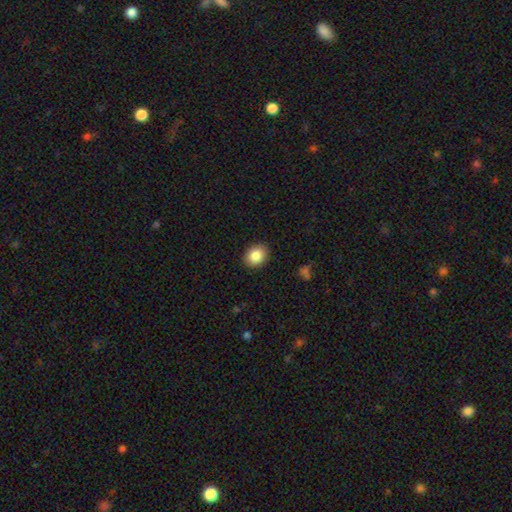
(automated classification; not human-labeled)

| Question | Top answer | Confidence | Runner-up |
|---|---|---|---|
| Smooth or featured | smooth | 86% | star or artifact (8%) |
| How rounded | in between | 50% | round (49%) |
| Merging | none | 89% | minor disturbance (8%) |